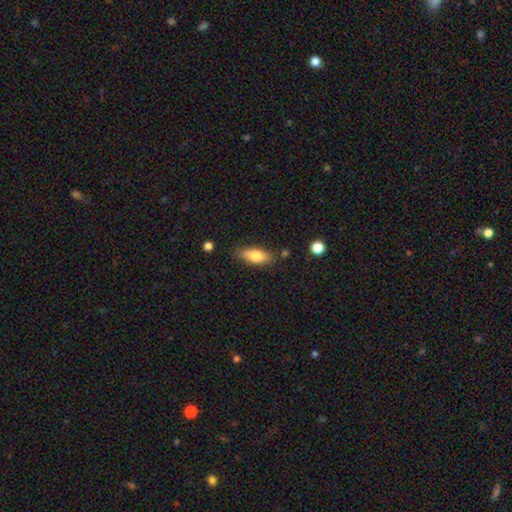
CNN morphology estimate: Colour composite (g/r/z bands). It shows a smooth galaxy with no disk features (74%) that is in between round and cigar-shaped (72%). Merging: none (80%).